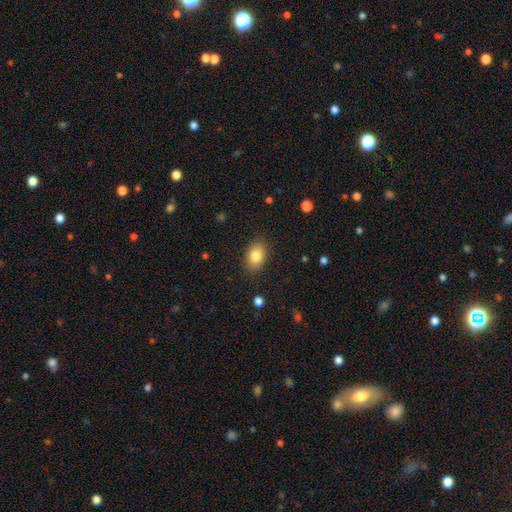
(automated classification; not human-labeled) A smooth galaxy with no disk features (84%) that is in between round and cigar-shaped (78%). Merging: none (87%).